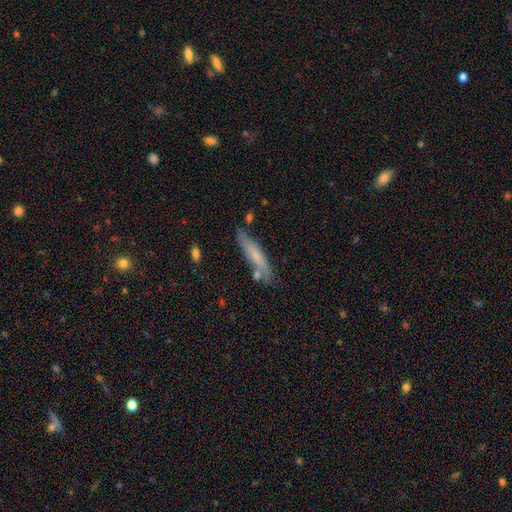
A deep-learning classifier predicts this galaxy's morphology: Smooth or featured? smooth (61%)
How rounded? cigar-shaped (86%)
Merging? none (75%)